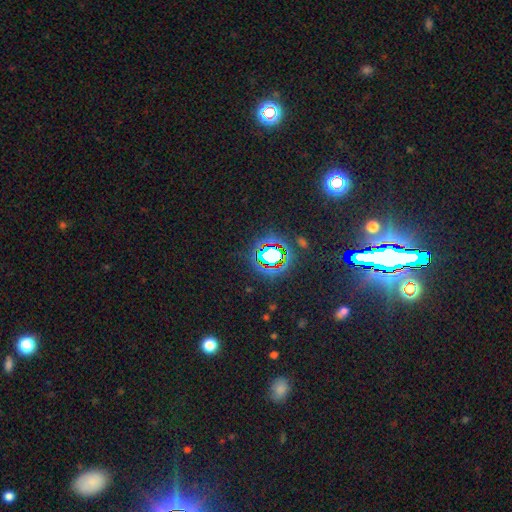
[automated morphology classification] smooth-or-featured: star or artifact: 83% | smooth: 10% | featured or disk: 7%